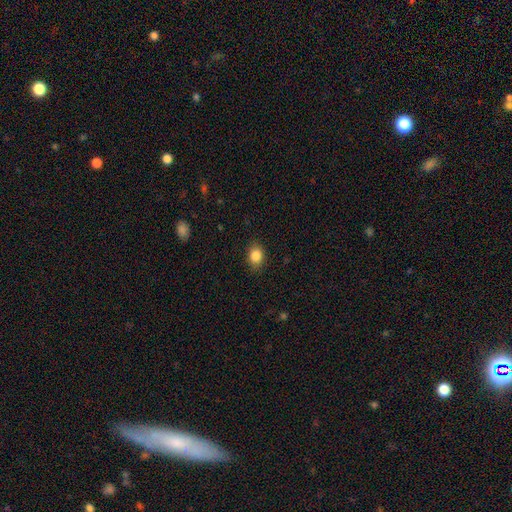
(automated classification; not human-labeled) smooth_or_featured: smooth (p=0.85) [alt: star or artifact p=0.09]
how_rounded: in between (p=0.59) [alt: round p=0.40]
merging: none (p=0.86) [alt: minor disturbance p=0.11]